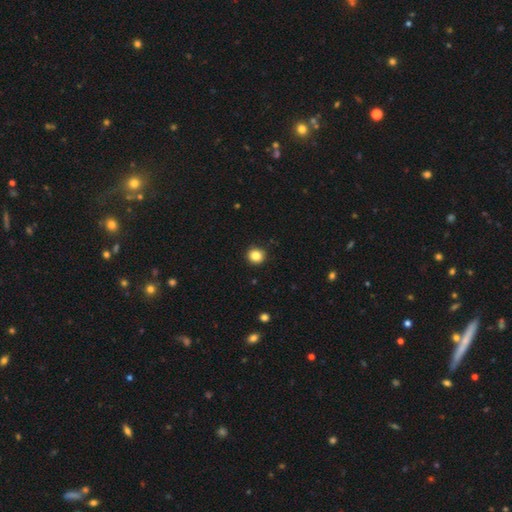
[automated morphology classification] This appears to be a smooth galaxy with no disk features (86%) that is round (91%). Merging: none (92%).